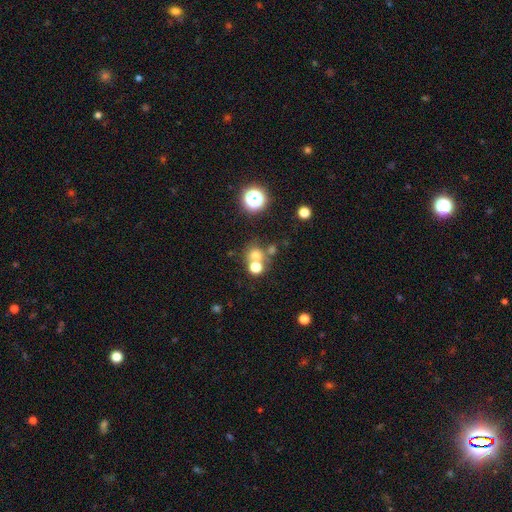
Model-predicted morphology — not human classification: A smooth galaxy with no disk features (65%) that is round (84%). Merging: none (53%).